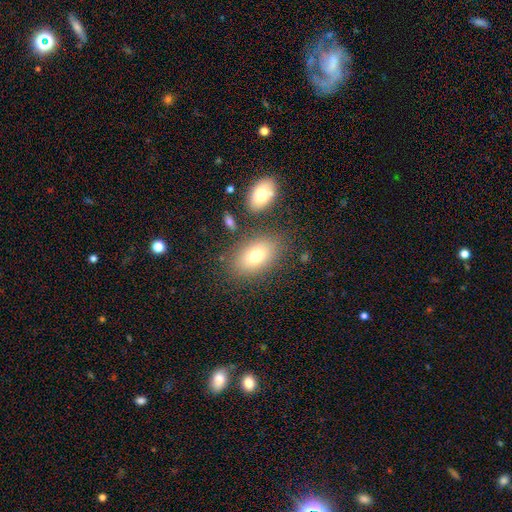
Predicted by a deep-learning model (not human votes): Smooth or featured? Predicted: smooth (p=0.77). How rounded? Predicted: in between (p=0.87). Merging? Predicted: none (p=0.77).